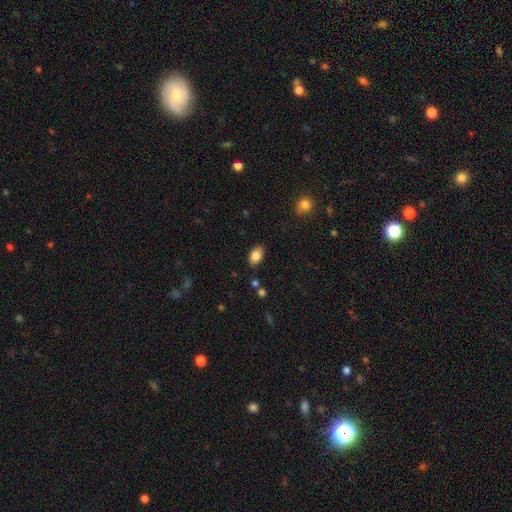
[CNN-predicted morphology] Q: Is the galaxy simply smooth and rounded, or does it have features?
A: smooth — 84%.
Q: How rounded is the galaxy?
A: in between — 89%.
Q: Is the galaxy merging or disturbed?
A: none — 86%.